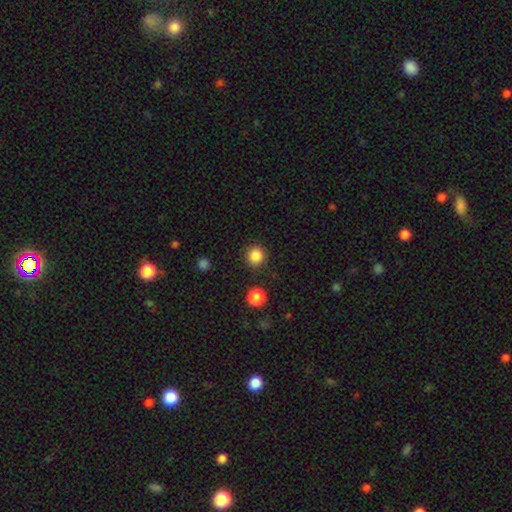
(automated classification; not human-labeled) Morphology: type=smooth (85%); roundness=round (93%); merging=none (89%).